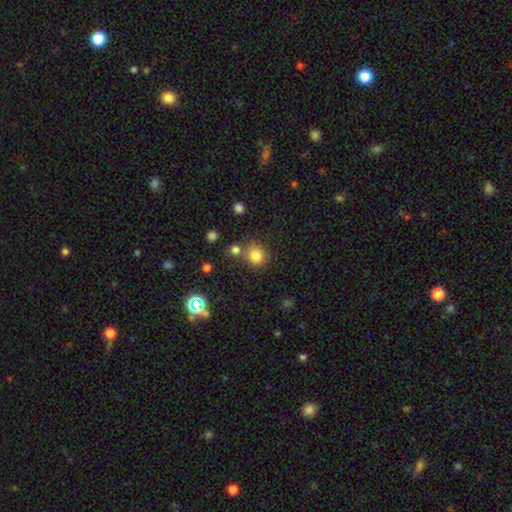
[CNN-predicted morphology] A smooth galaxy with no disk features (80%) that is round (84%).

Vote fractions:
- Smooth or featured? smooth: 80% / star or artifact: 13% / featured or disk: 6%
- How rounded? round: 84% / in between: 15% / cigar-shaped: 1%
- Merging? none: 70% / merger: 15% / minor disturbance: 11% / major disturbance: 4%